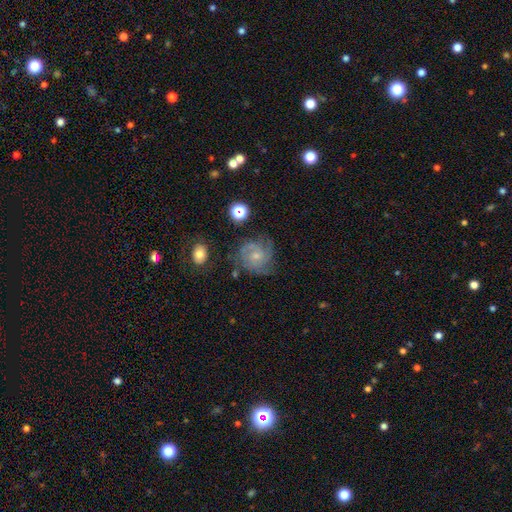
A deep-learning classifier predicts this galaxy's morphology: smooth_or_featured: featured or disk (p=0.75) [alt: smooth p=0.16]
disk_edge_on: no (p=0.98) [alt: yes p=0.02]
bar: no (p=0.67) [alt: weak p=0.29]
has_spiral_arms: yes (p=0.94) [alt: no p=0.06]
spiral_winding: tight (p=0.56) [alt: medium p=0.36]
spiral_arm_count: 2 (p=0.31) [alt: 3 p=0.29]
bulge_size: small (p=0.62) [alt: moderate p=0.28]
merging: none (p=0.67) [alt: minor disturbance p=0.20]